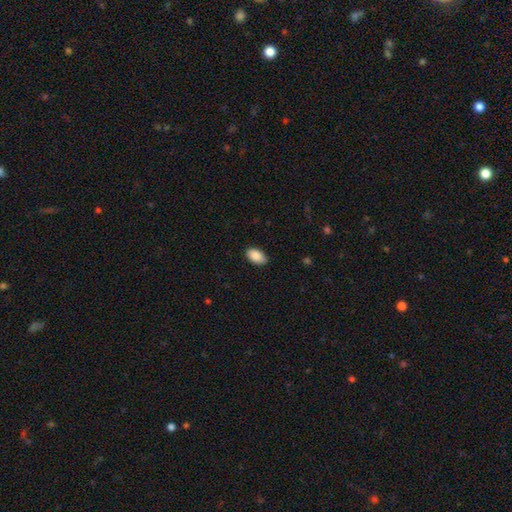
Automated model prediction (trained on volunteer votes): Morphology: type=smooth (88%); roundness=in between (95%); merging=none (86%).